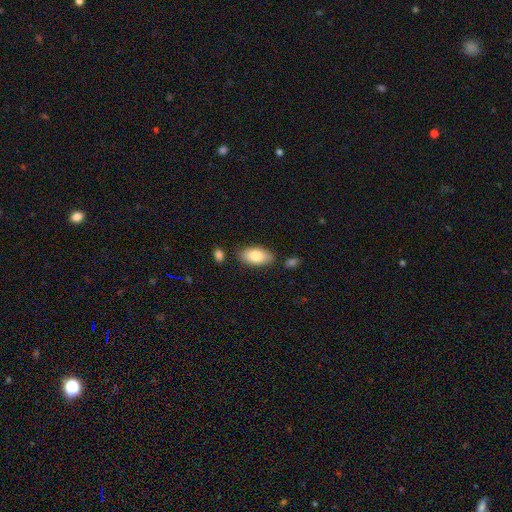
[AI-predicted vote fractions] smooth 83%, featured or disk 11%, star or artifact 6%. Down the decision tree: how rounded — in between (94%); merging — none (77%).